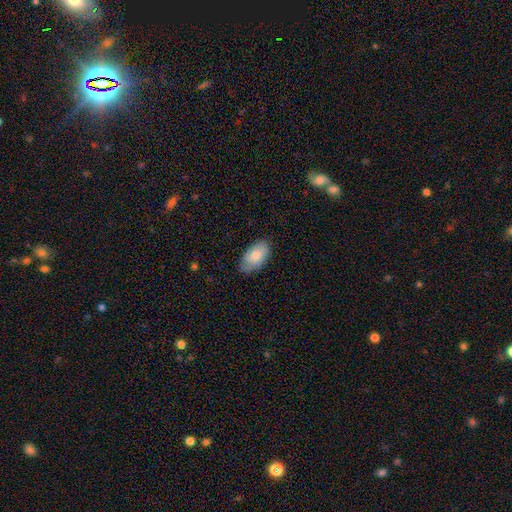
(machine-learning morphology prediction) smooth 81%, featured or disk 13%, star or artifact 6%. Down the decision tree: how rounded — in between (95%); merging — none (76%).